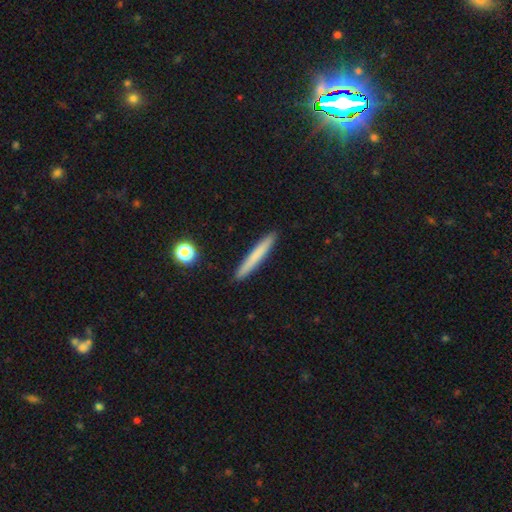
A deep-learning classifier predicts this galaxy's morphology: Overall: smooth (72%). How rounded: cigar-shaped (96%). Merging: none (92%).